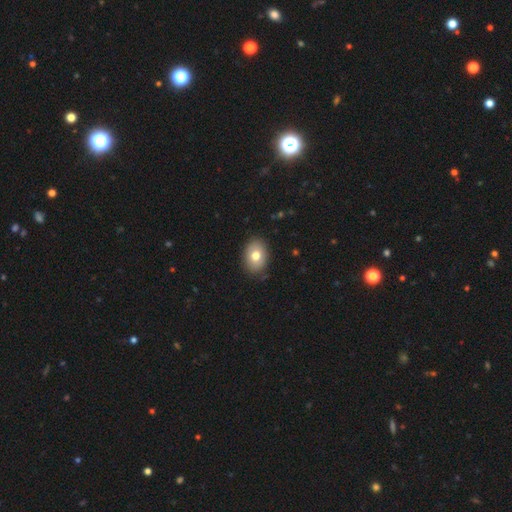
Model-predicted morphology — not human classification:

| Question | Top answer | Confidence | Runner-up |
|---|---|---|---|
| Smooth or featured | smooth | 74% | featured or disk (18%) |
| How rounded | in between | 75% | round (24%) |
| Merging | none | 87% | minor disturbance (10%) |